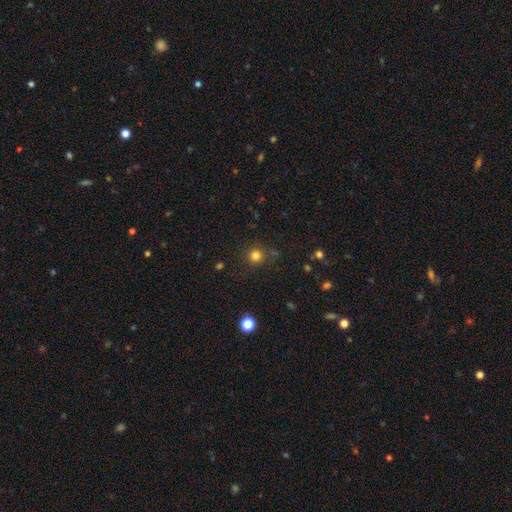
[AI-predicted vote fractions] Smooth or featured? smooth (79%)
How rounded? round (93%)
Merging? none (84%)